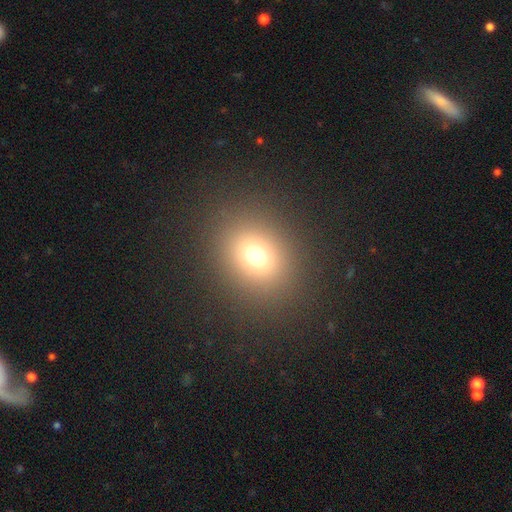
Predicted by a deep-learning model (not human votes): Smooth or featured? Predicted: smooth (p=0.70). How rounded? Predicted: round (p=0.73). Merging? Predicted: none (p=0.88).